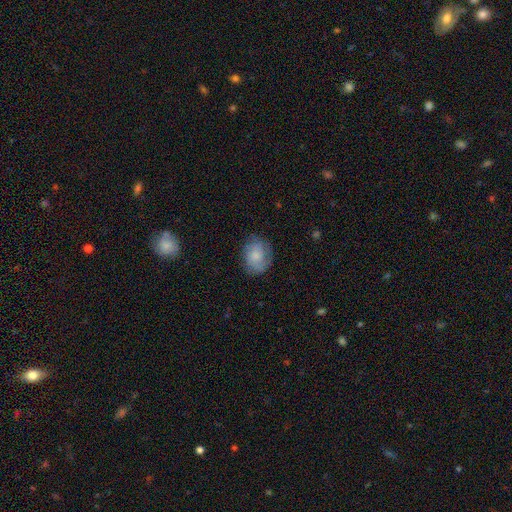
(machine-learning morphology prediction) This is likely a smooth galaxy (69%). How rounded: possibly in between (54%). Merging: likely none (73%).